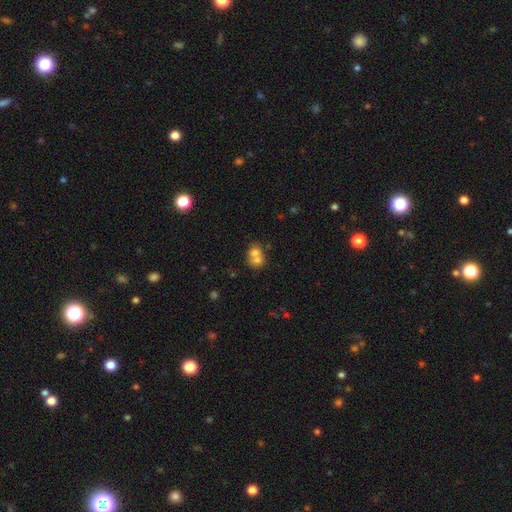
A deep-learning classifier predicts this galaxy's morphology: smooth_or_featured: smooth (p=0.67) [alt: featured or disk p=0.22]
how_rounded: round (p=0.58) [alt: in between p=0.41]
merging: merger (p=0.66) [alt: none p=0.24]